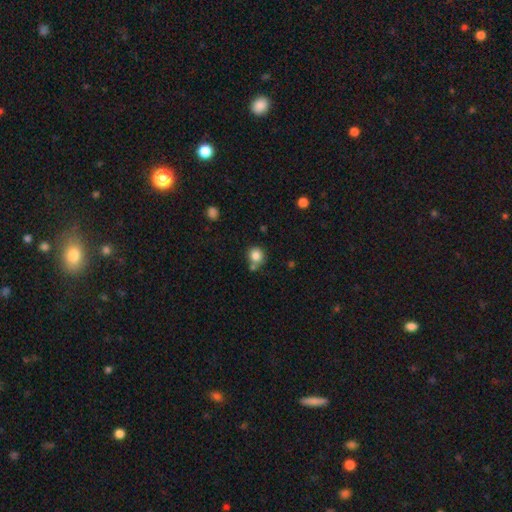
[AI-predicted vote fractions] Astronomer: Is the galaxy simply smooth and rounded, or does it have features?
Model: smooth — 83%.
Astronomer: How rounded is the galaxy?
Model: round — 89%.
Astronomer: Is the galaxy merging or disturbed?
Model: none — 65%.